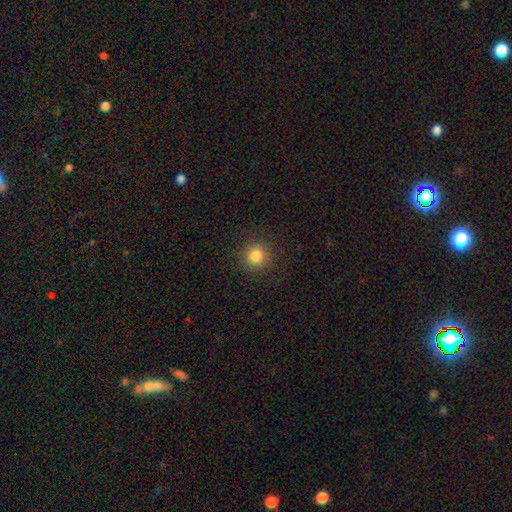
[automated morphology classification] Overall: smooth (84%). How rounded: round (94%). Merging: none (90%).